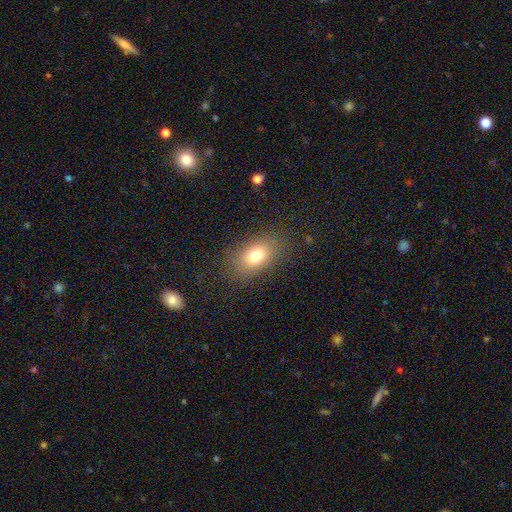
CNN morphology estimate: type=smooth (76%); roundness=in between (84%); merging=none (80%).